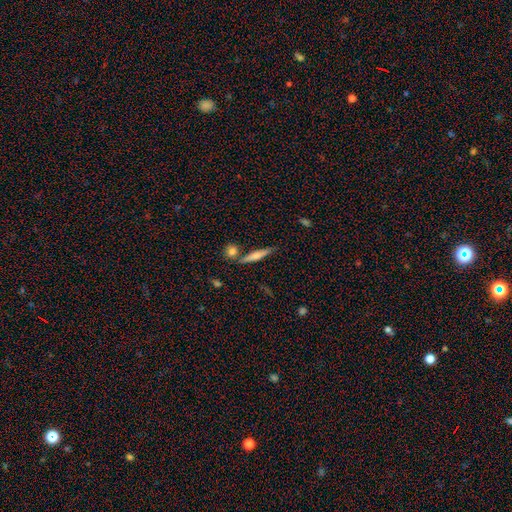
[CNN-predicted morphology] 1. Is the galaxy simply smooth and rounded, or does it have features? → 50% smooth, 42% featured or disk, 7% star or artifact.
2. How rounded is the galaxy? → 86% cigar-shaped, 11% in between, 3% round.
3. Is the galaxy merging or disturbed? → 76% none, 11% minor disturbance, 10% merger, 3% major disturbance.